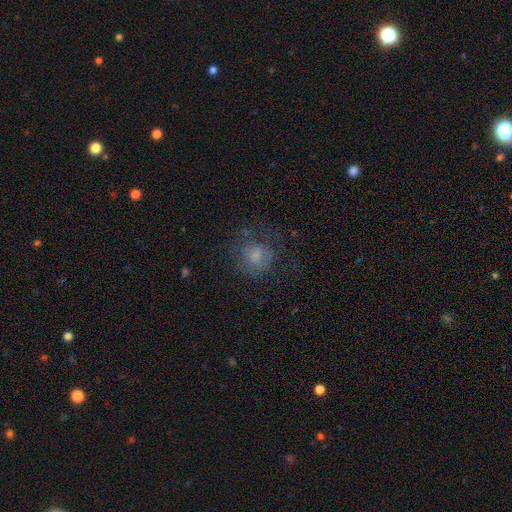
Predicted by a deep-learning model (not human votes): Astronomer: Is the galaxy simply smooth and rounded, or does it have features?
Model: smooth — 65%.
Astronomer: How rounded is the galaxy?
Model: round — 81%.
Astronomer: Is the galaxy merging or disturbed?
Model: none — 57%.